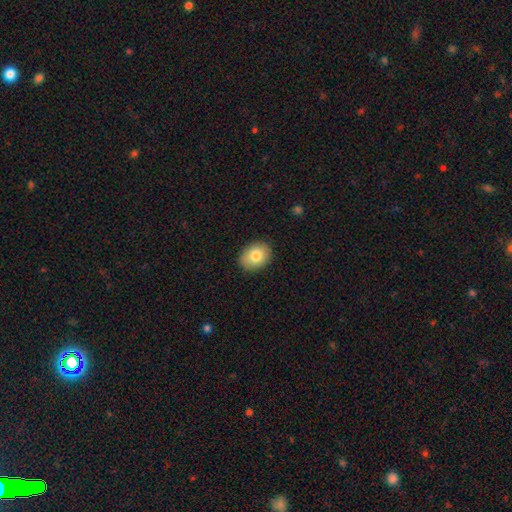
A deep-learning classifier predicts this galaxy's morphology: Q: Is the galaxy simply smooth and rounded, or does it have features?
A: smooth — 82%.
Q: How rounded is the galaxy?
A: in between — 69%.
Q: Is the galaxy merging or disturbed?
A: none — 89%.